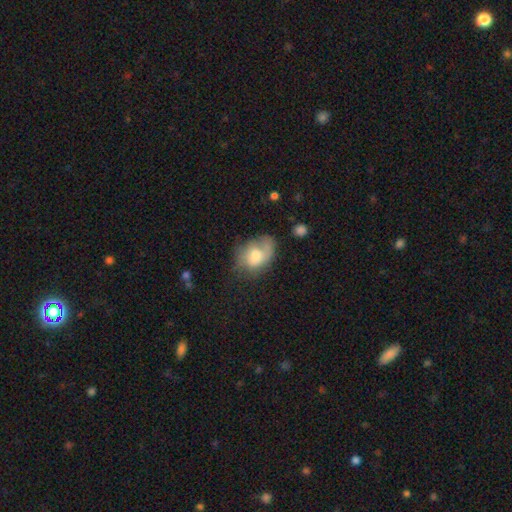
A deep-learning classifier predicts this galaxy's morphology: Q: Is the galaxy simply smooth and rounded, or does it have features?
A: smooth — 61%.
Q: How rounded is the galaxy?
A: in between — 77%.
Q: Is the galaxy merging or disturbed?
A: none — 42%.